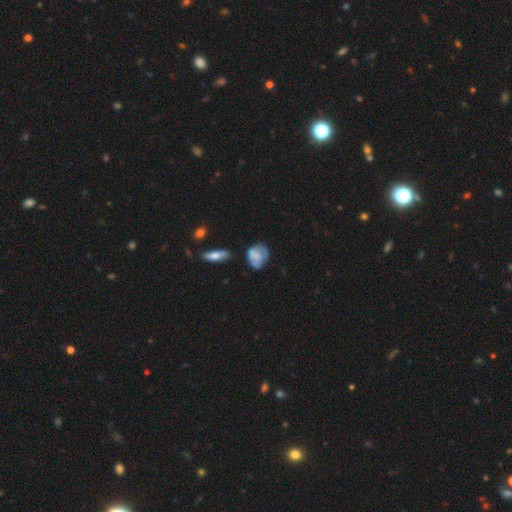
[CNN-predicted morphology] Smooth or featured: smooth — 62% (featured or disk — 31%)
How rounded: round — 51% (in between — 47%)
Merging: none — 52% (minor disturbance — 30%)